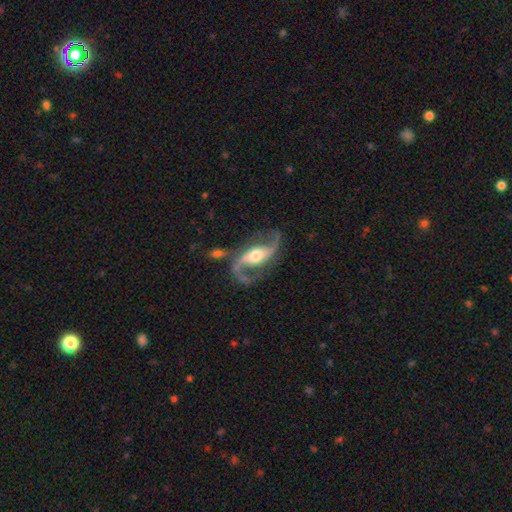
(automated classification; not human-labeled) Overall: featured or disk (91%). Edge-on disk: no (96%). Bar: strong (36%; weak 35%). Spiral arms: yes (97%). Spiral arm count: 2 (94%). Spiral winding: loose (62%; medium 32%). Bulge size: moderate (64%). Merging: none (71%).